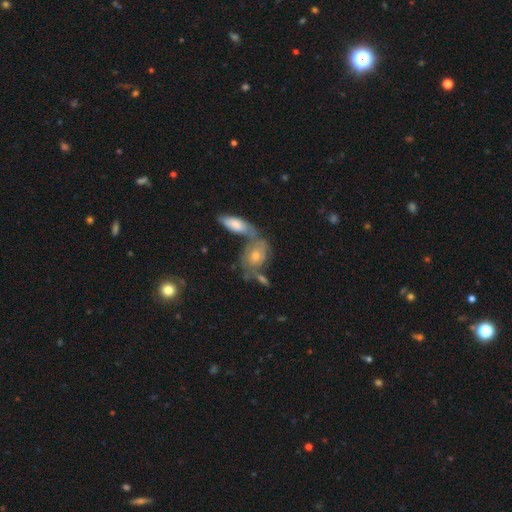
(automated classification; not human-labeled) Smooth or featured? featured or disk (49%)
Merging? merger (43%)